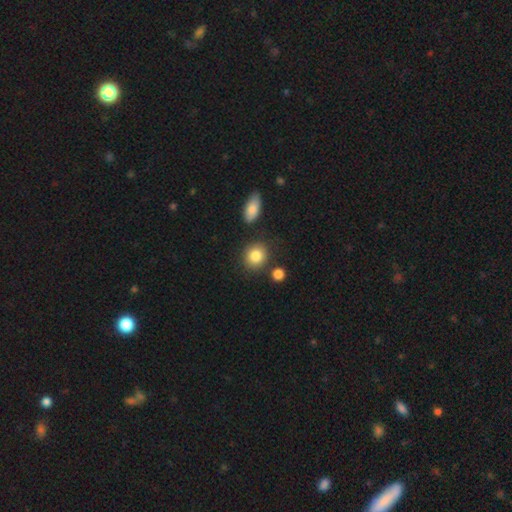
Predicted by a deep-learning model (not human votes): smooth-or-featured: smooth: 85% | star or artifact: 9% | featured or disk: 7%
  how-rounded: round: 76% | in between: 23% | cigar-shaped: 1%
  merging: none: 79% | minor disturbance: 10% | merger: 8% | major disturbance: 3%